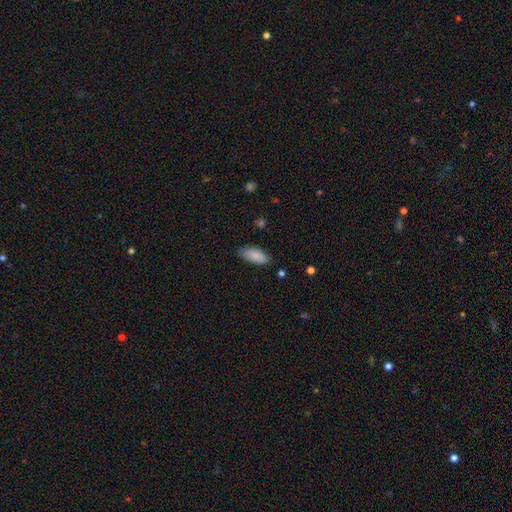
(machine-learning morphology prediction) smooth_or_featured: smooth (p=0.85) [alt: featured or disk p=0.08]
how_rounded: in between (p=0.84) [alt: cigar-shaped p=0.14]
merging: none (p=0.79) [alt: minor disturbance p=0.16]